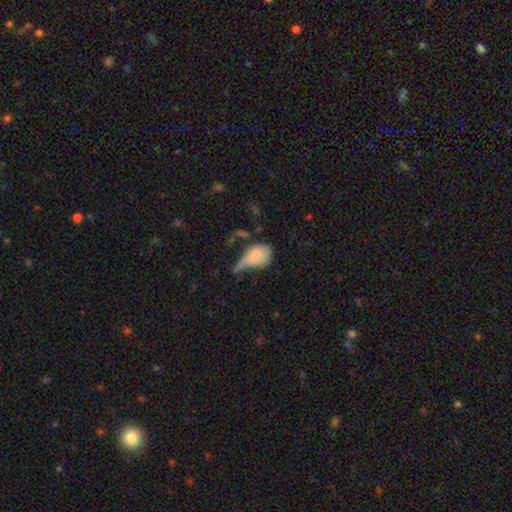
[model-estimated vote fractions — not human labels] Smooth or featured? smooth (70%)
How rounded? in between (71%)
Merging? major disturbance (41%)